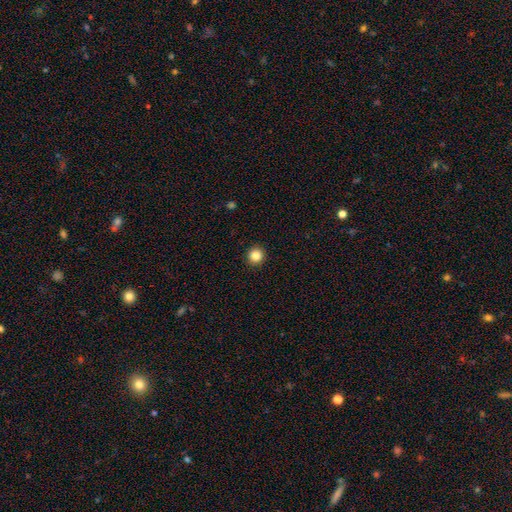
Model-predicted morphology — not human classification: Smooth or featured: smooth — 84% (star or artifact — 11%)
How rounded: round — 94% (in between — 5%)
Merging: none — 93% (minor disturbance — 4%)